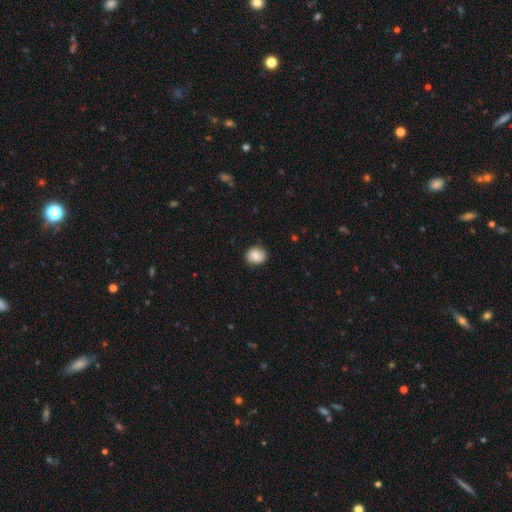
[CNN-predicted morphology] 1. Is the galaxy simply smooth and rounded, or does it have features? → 82% smooth, 10% featured or disk, 8% star or artifact.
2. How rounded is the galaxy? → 72% round, 27% in between, 1% cigar-shaped.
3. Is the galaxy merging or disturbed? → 85% none, 11% minor disturbance, 2% major disturbance, 1% merger.